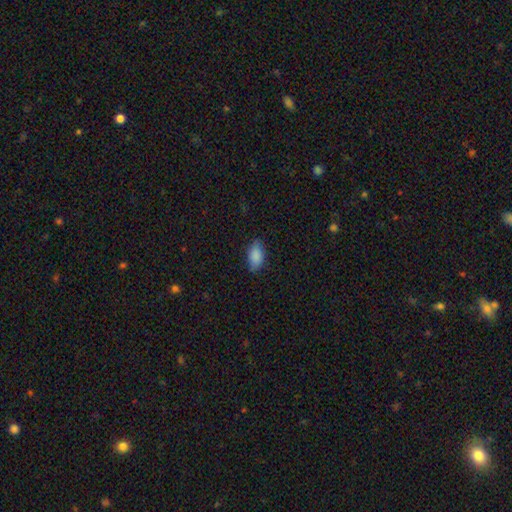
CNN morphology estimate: A smooth galaxy with no disk features (88%) that is in between round and cigar-shaped (92%). Merging: none (80%).